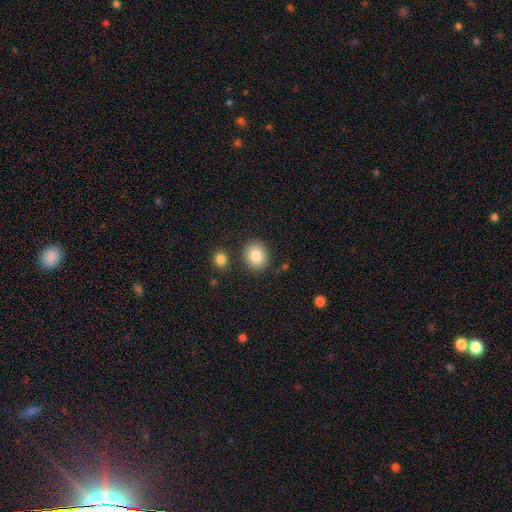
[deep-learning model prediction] smooth 85%, star or artifact 8%, featured or disk 7%. Down the decision tree: how rounded — round (65%); merging — none (84%).